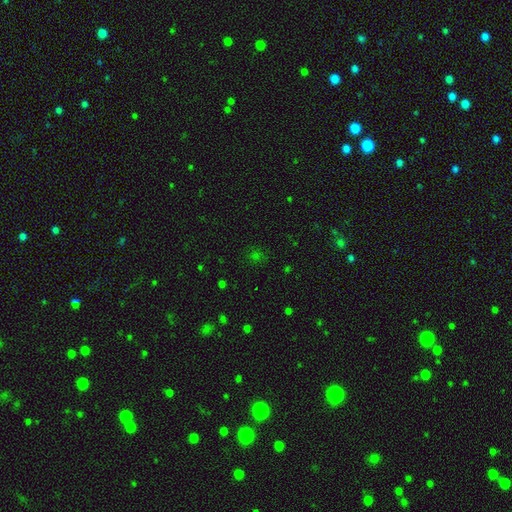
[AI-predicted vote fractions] A star or artifact, not a galaxy (55%).

Vote fractions:
- Smooth or featured? star or artifact: 55% / smooth: 36% / featured or disk: 9%